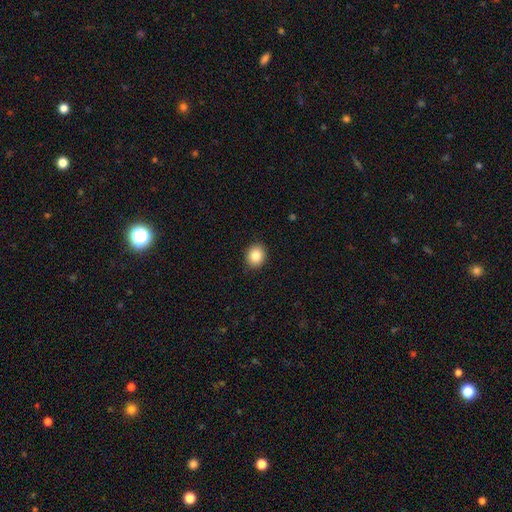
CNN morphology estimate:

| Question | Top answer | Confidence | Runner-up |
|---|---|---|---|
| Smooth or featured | smooth | 84% | star or artifact (9%) |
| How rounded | round | 73% | in between (26%) |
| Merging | none | 91% | minor disturbance (7%) |